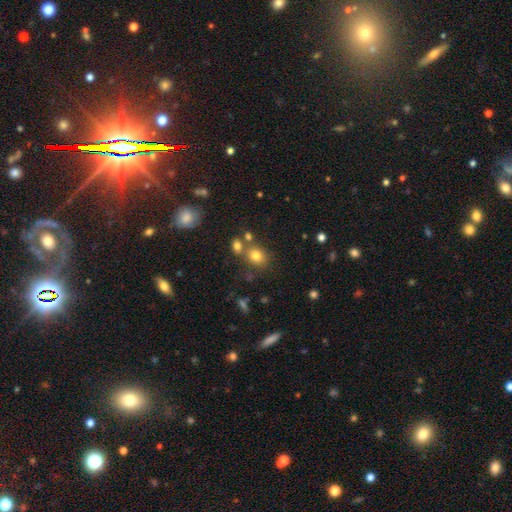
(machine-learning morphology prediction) Overall: smooth (77%). How rounded: round (63%; in between 36%). Merging: none (63%).